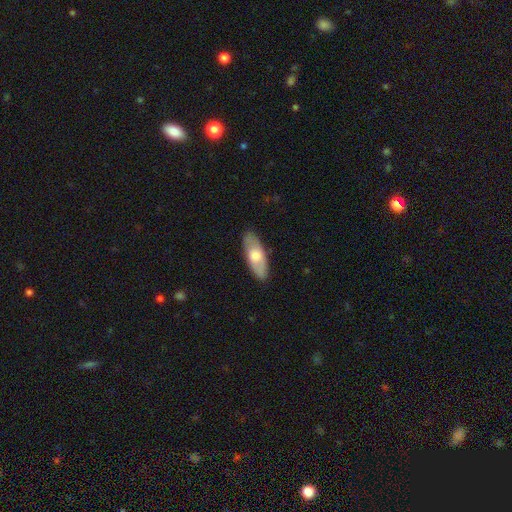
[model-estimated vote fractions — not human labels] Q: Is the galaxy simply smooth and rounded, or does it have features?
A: smooth — 63%.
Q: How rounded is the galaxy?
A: in between — 72%.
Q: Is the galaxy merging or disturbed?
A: none — 86%.